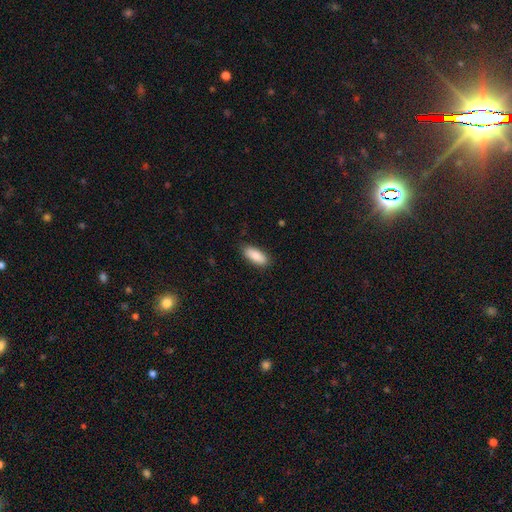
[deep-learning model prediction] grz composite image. It shows a smooth galaxy with no disk features (85%) that is in between round and cigar-shaped (81%). Merging: none (85%).